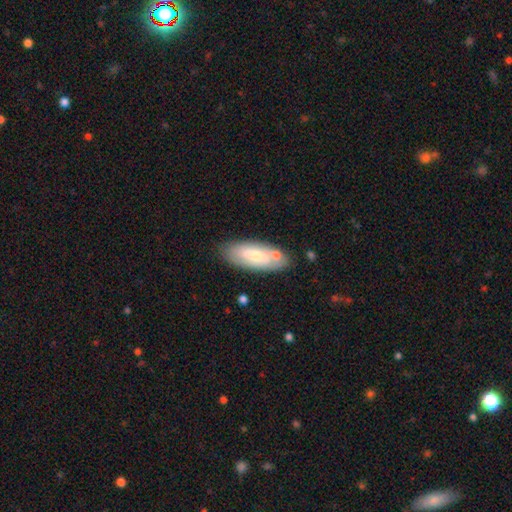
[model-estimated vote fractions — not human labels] smooth_or_featured: smooth (p=0.59) [alt: featured or disk p=0.35]
how_rounded: in between (p=0.79) [alt: cigar-shaped p=0.19]
merging: none (p=0.72) [alt: minor disturbance p=0.16]